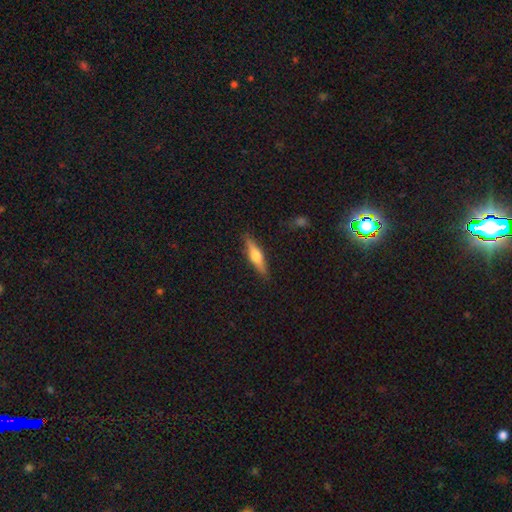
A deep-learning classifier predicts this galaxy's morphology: Smooth or featured? featured or disk (49%)
Merging? none (88%)